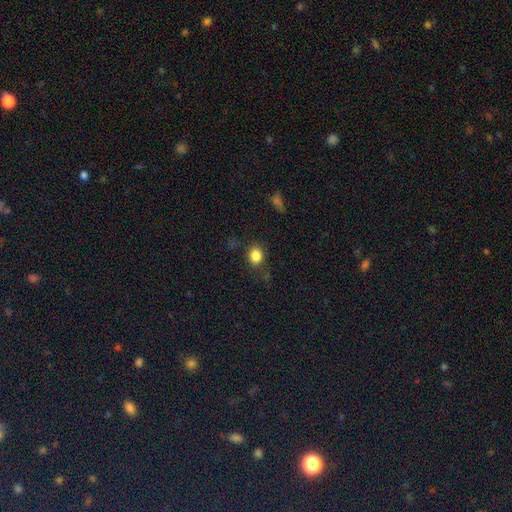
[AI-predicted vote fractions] The model was most divided on "how rounded": round: 60%, in between: 39%, cigar-shaped: 1%. More confident: smooth or featured — smooth (84%); merging — none (78%).